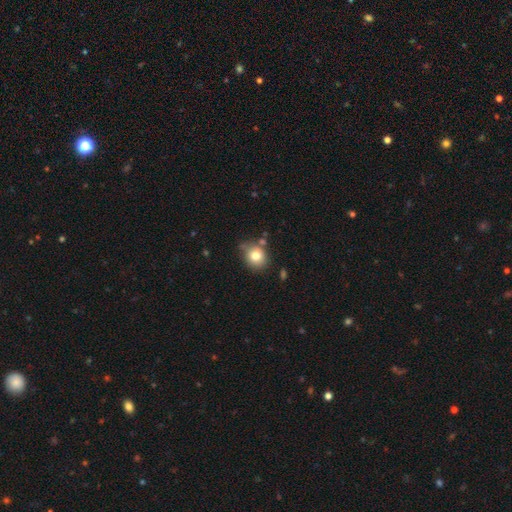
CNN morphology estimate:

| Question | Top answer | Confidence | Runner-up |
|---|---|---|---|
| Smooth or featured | smooth | 79% | featured or disk (11%) |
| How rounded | round | 68% | in between (31%) |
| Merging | none | 69% | minor disturbance (19%) |